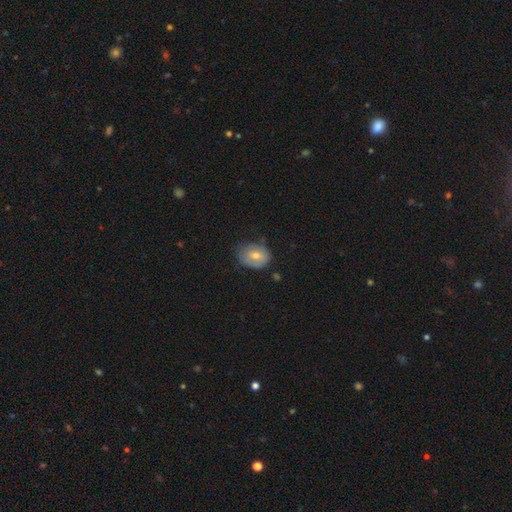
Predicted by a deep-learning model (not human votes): Q: Smooth or featured?
A: smooth (59%); runner-up: featured or disk (32%)
Q: How rounded?
A: in between (56%); runner-up: round (43%)
Q: Merging?
A: none (61%); runner-up: minor disturbance (30%)